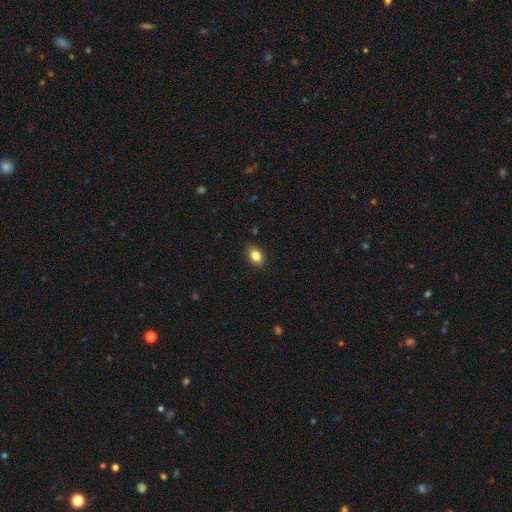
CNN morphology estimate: Smooth or featured? Predicted: smooth (p=0.82). How rounded? Predicted: in between (p=0.80). Merging? Predicted: none (p=0.88).